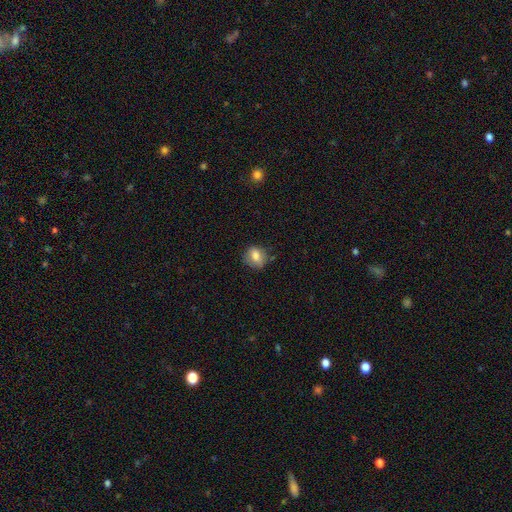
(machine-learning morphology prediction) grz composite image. It shows a smooth galaxy with no disk features (76%) that is round (57%). Merging: none (72%).